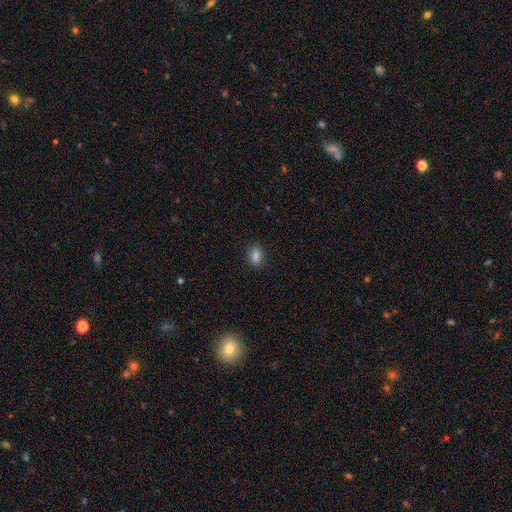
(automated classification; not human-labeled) Smooth or featured?
  - smooth: 85% *
  - star or artifact: 10%
  - featured or disk: 4%
How rounded?
  - in between: 77% *
  - round: 21%
  - cigar-shaped: 2%
Merging?
  - none: 87% *
  - minor disturbance: 9%
  - major disturbance: 2%
  - merger: 1%